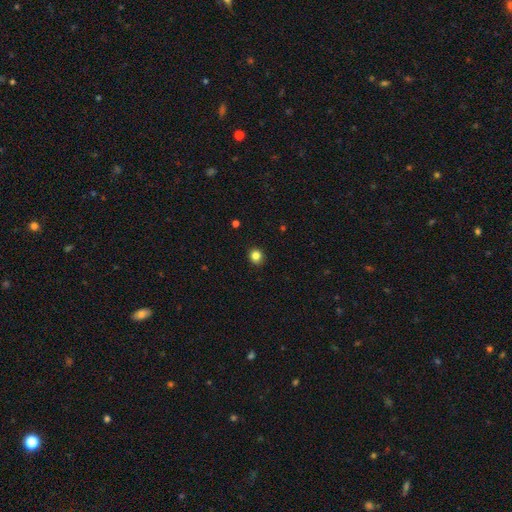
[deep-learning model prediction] Smooth or featured?
  - smooth: 84% *
  - star or artifact: 12%
  - featured or disk: 5%
How rounded?
  - round: 86% *
  - in between: 13%
  - cigar-shaped: 1%
Merging?
  - none: 91% *
  - minor disturbance: 7%
  - major disturbance: 2%
  - merger: 1%